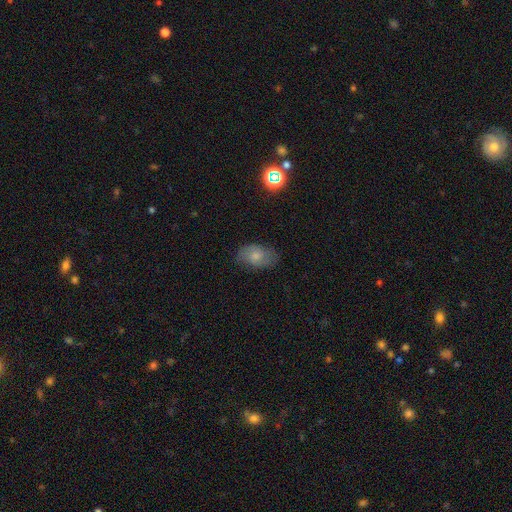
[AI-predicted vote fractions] Smooth or featured? smooth (67%)
How rounded? in between (90%)
Merging? none (74%)